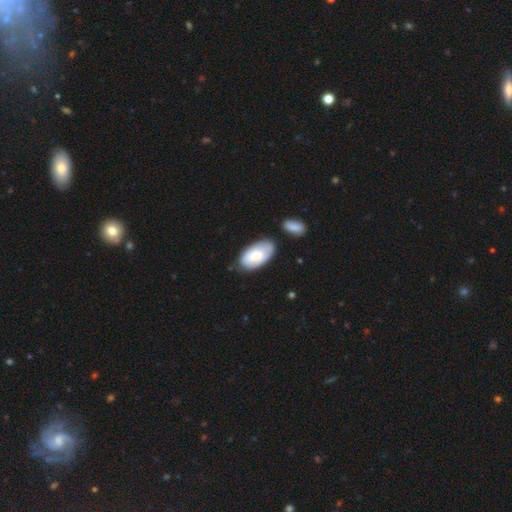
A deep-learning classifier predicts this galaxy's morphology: The model was most divided on "smooth or featured": smooth: 68%, featured or disk: 27%, star or artifact: 5%. More confident: how rounded — in between (95%); merging — none (64%).